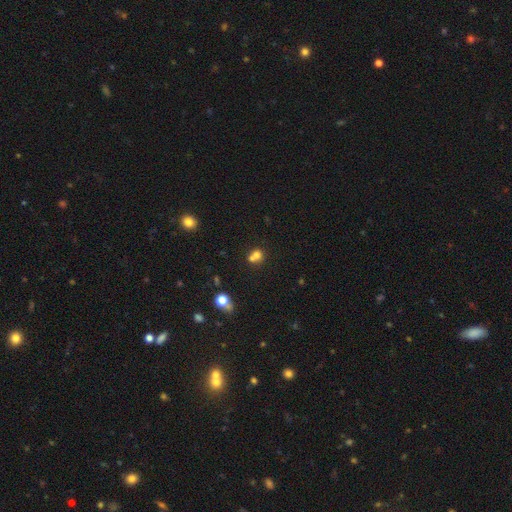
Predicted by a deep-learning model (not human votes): Q: Smooth or featured?
A: smooth (70%); runner-up: star or artifact (15%)
Q: How rounded?
A: round (77%); runner-up: in between (22%)
Q: Merging?
A: merger (54%); runner-up: none (36%)